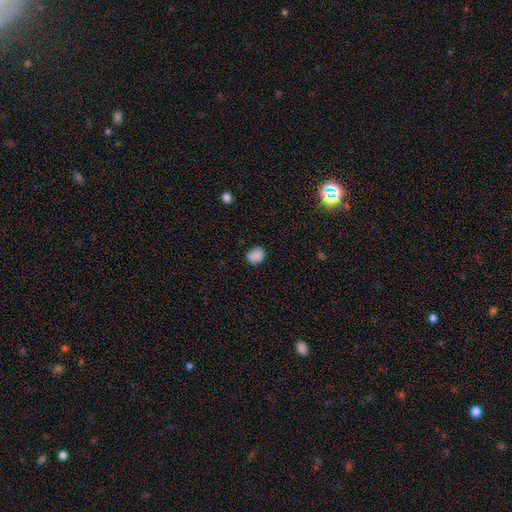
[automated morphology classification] Q: Smooth or featured?
A: smooth (86%); runner-up: star or artifact (9%)
Q: How rounded?
A: round (51%); runner-up: in between (48%)
Q: Merging?
A: none (80%); runner-up: minor disturbance (16%)